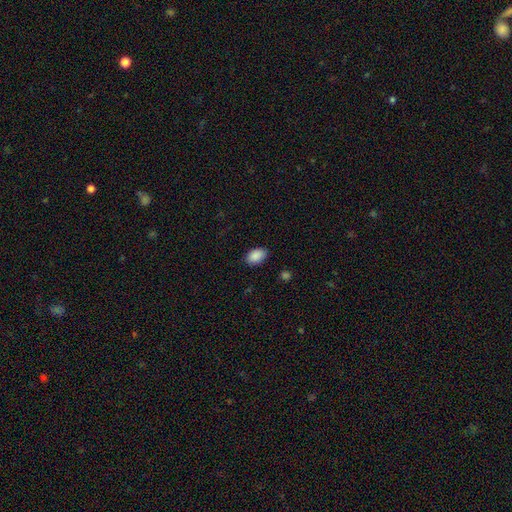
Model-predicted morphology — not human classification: smooth-or-featured: smooth: 89% | star or artifact: 7% | featured or disk: 3%
  how-rounded: in between: 89% | round: 10% | cigar-shaped: 1%
  merging: none: 85% | minor disturbance: 12% | major disturbance: 2% | merger: 1%